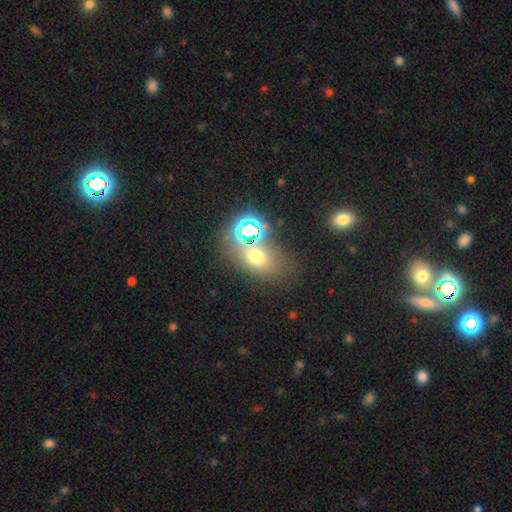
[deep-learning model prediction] Overall: smooth (56%; star or artifact 31%). How rounded: in between (57%; round 41%). Merging: none (60%; merger 22%).